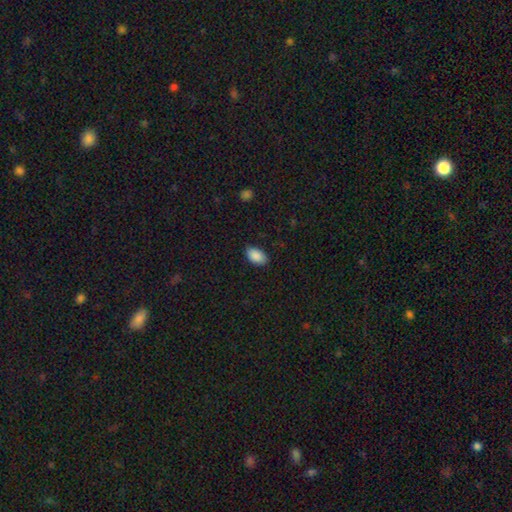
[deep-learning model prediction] Smooth or featured: smooth — 89% (star or artifact — 7%)
How rounded: in between — 93% (round — 5%)
Merging: none — 84% (minor disturbance — 12%)